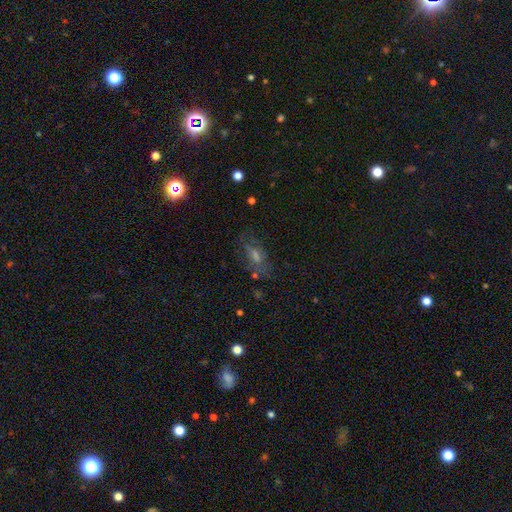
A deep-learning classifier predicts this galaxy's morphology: featured or disk 43%, smooth 31%, star or artifact 26%. Down the decision tree: merging — none (67%).